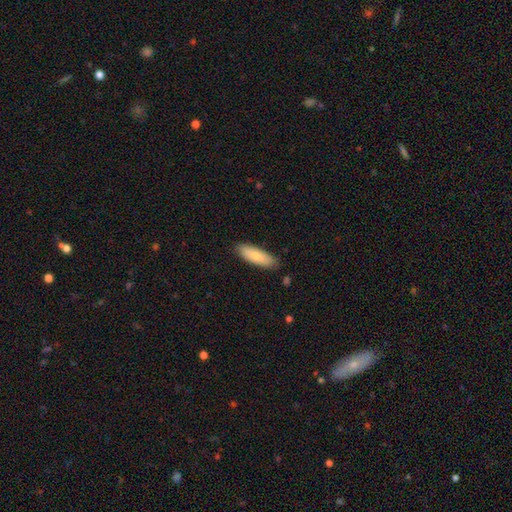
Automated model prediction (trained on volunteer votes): smooth-or-featured: smooth: 82% | featured or disk: 12% | star or artifact: 6%
  how-rounded: in between: 54% | cigar-shaped: 44% | round: 2%
  merging: none: 85% | minor disturbance: 11% | major disturbance: 2% | merger: 1%